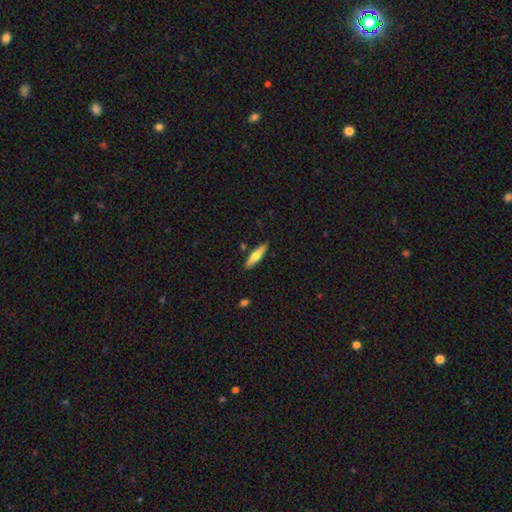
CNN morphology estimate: smooth_or_featured: smooth (p=0.54) [alt: featured or disk p=0.41]
how_rounded: cigar-shaped (p=0.74) [alt: in between p=0.24]
merging: none (p=0.86) [alt: minor disturbance p=0.09]